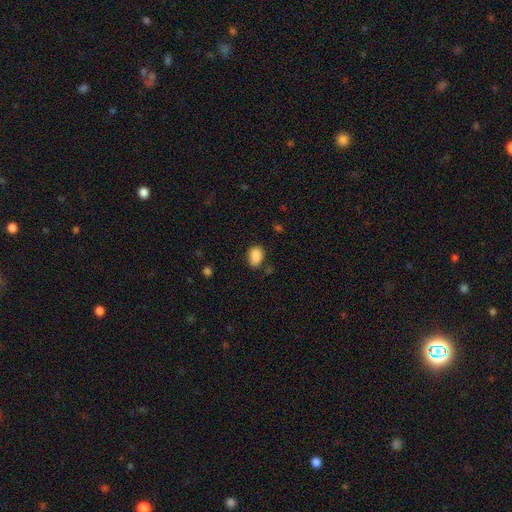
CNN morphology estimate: Smooth or featured? Predicted: smooth (p=0.88). How rounded? Predicted: in between (p=0.80). Merging? Predicted: none (p=0.71).